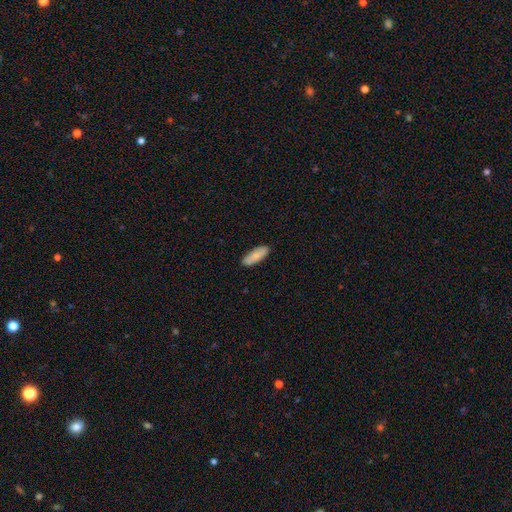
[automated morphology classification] Smooth or featured: smooth — 83% (featured or disk — 11%)
How rounded: in between — 66% (cigar-shaped — 32%)
Merging: none — 89% (minor disturbance — 9%)